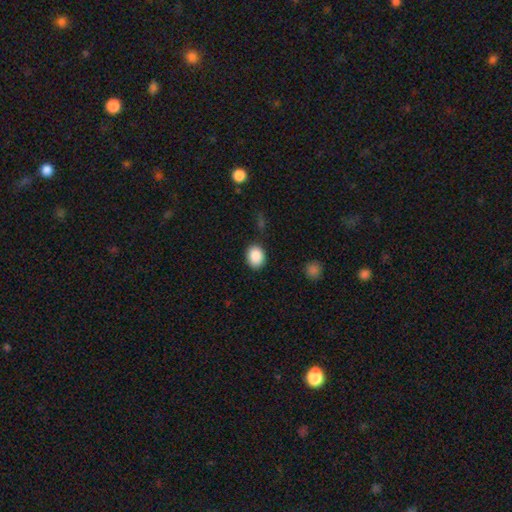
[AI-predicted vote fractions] Overall: smooth (89%). How rounded: in between (54%; round 45%). Merging: none (86%).